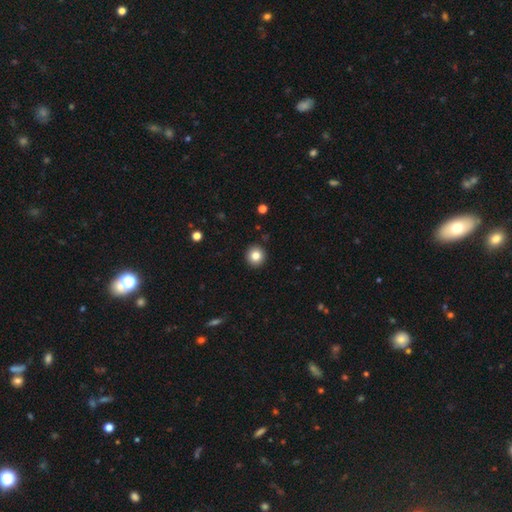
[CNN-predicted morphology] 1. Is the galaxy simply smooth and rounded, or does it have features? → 82% smooth, 10% star or artifact, 7% featured or disk.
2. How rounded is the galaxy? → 94% round, 5% in between, 1% cigar-shaped.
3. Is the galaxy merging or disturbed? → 93% none, 5% minor disturbance, 1% major disturbance, 1% merger.